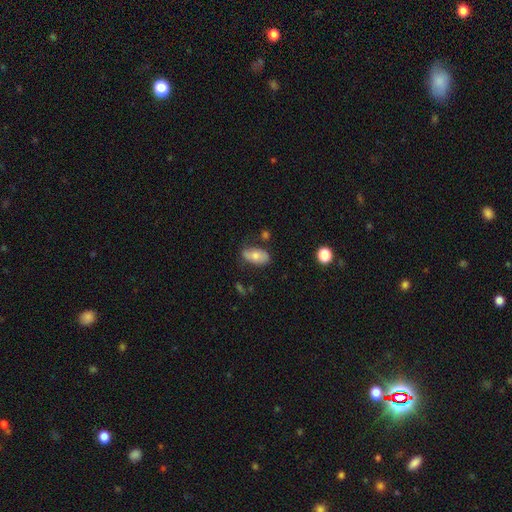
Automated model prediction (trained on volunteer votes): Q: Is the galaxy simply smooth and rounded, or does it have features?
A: smooth — 67%.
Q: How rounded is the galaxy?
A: in between — 91%.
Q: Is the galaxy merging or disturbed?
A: none — 63%.